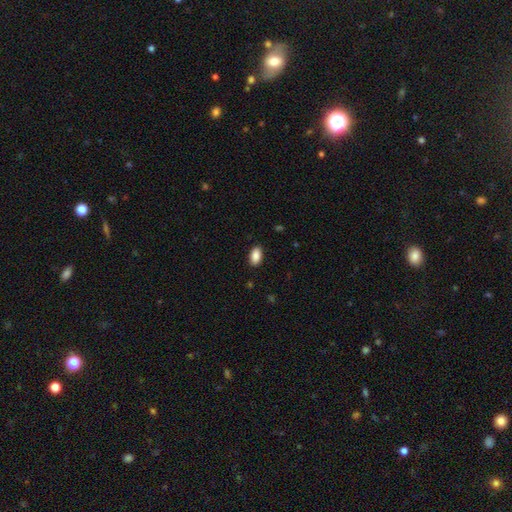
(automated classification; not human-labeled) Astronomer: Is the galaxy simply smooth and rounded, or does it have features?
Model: smooth — 89%.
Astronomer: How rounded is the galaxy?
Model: in between — 93%.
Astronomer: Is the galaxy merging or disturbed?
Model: none — 88%.